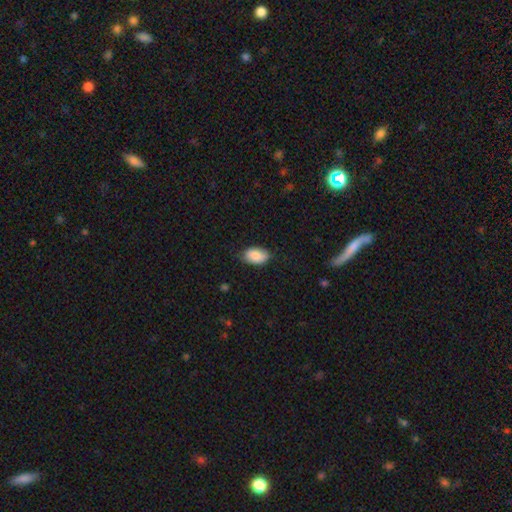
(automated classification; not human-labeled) Smooth or featured?
  - smooth: 85% *
  - featured or disk: 8%
  - star or artifact: 7%
How rounded?
  - in between: 92% *
  - round: 7%
  - cigar-shaped: 1%
Merging?
  - none: 78% *
  - minor disturbance: 18%
  - major disturbance: 3%
  - merger: 1%